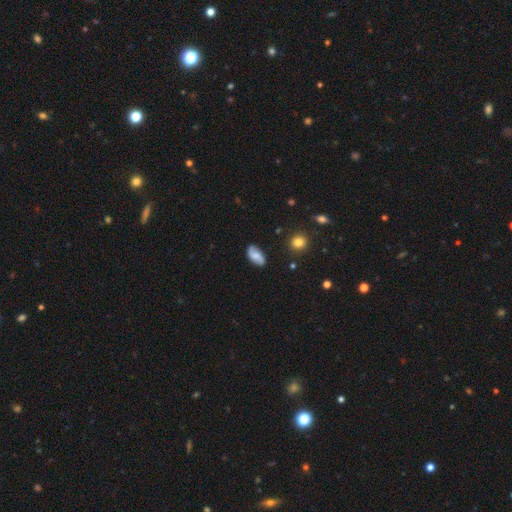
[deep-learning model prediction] This is possibly a smooth galaxy (54%). How rounded: clearly in between (91%). Merging: clearly none (80%).